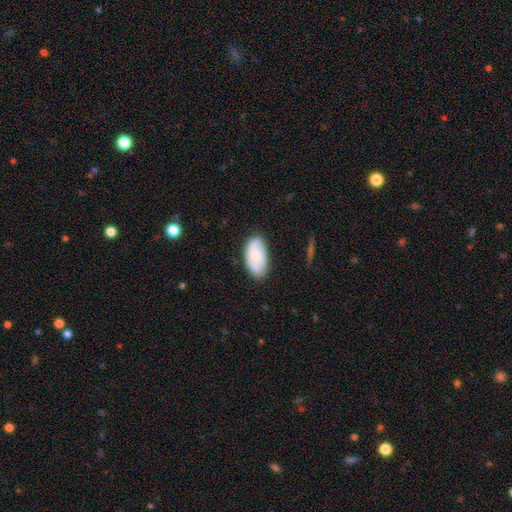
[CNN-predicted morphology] type=smooth (70%); roundness=in between (94%); merging=none (75%).